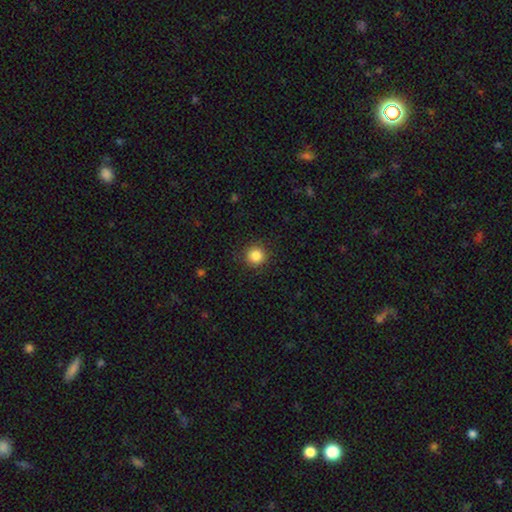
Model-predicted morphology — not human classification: Smooth or featured: smooth — 85% (star or artifact — 10%)
How rounded: round — 95% (in between — 4%)
Merging: none — 90% (minor disturbance — 6%)